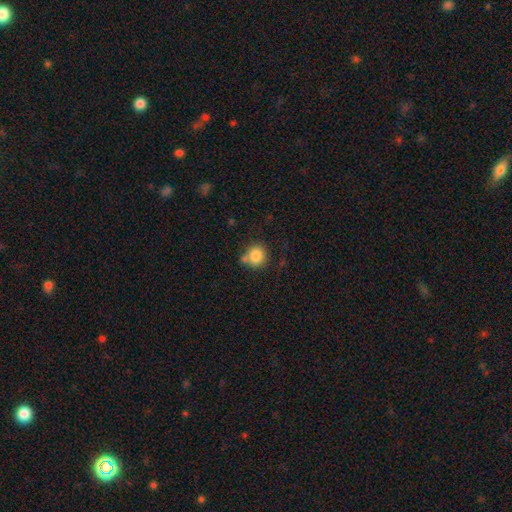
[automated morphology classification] type=smooth (84%); roundness=round (86%); merging=none (61%).